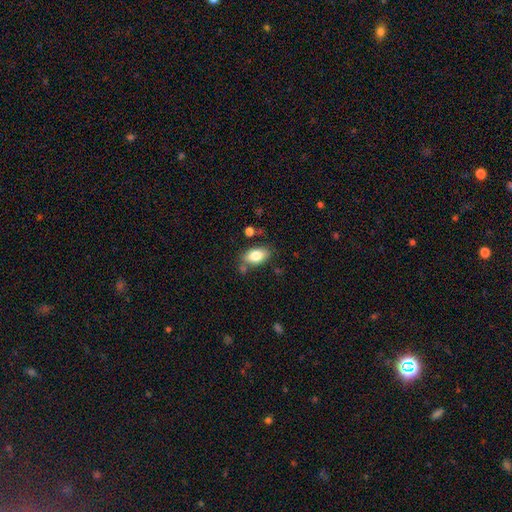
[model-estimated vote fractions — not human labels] Smooth or featured? Predicted: smooth (p=0.82). How rounded? Predicted: in between (p=0.90). Merging? Predicted: none (p=0.72).